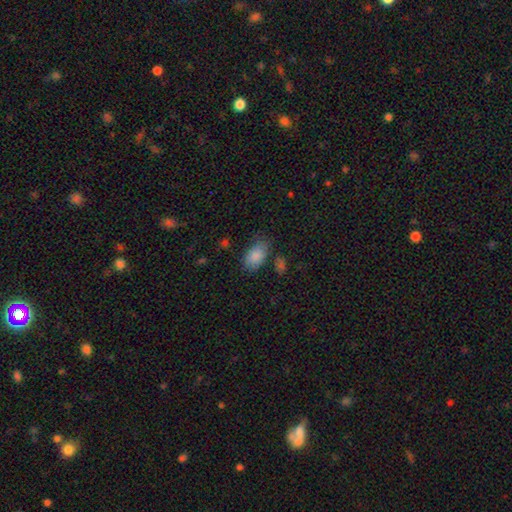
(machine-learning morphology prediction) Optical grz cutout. It shows a smooth galaxy with no disk features (86%) that is in between round and cigar-shaped (92%). Merging: none (67%).